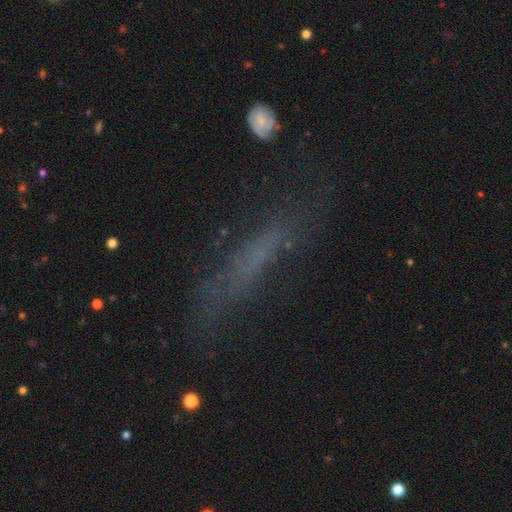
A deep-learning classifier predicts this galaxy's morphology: Q: Smooth or featured?
A: smooth (46%); runner-up: featured or disk (35%)
Q: Merging?
A: none (56%); runner-up: minor disturbance (21%)